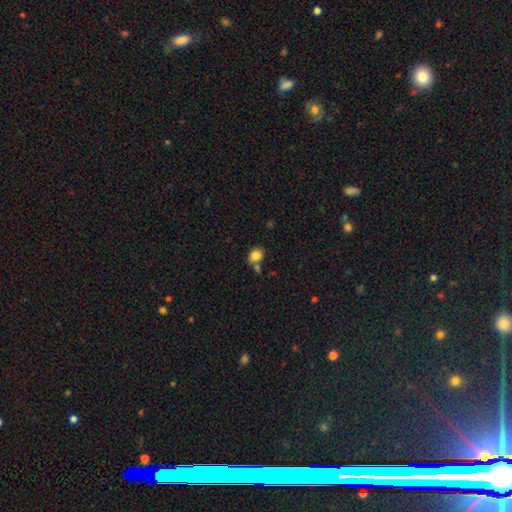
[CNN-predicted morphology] smooth-or-featured: smooth: 83% | star or artifact: 10% | featured or disk: 7%
  how-rounded: round: 63% | in between: 36% | cigar-shaped: 1%
  merging: none: 61% | merger: 18% | minor disturbance: 16% | major disturbance: 5%